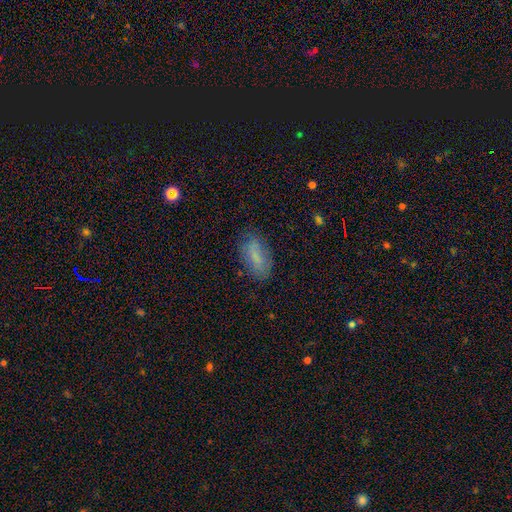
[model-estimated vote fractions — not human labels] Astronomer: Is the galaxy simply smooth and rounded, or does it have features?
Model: smooth — 75%.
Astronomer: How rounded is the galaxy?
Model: in between — 87%.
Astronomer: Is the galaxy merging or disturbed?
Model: none — 75%.